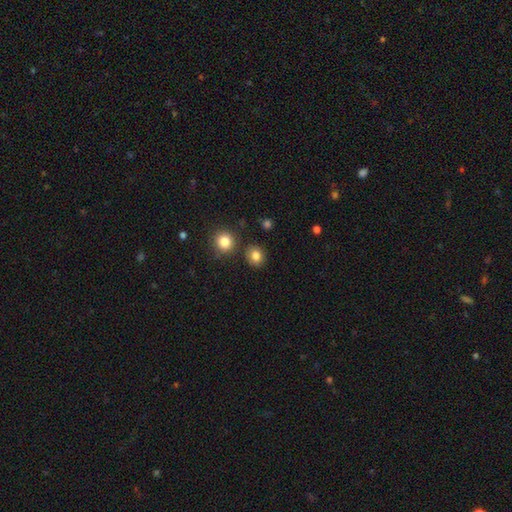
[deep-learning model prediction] Overall: smooth (84%). How rounded: round (75%). Merging: none (85%).